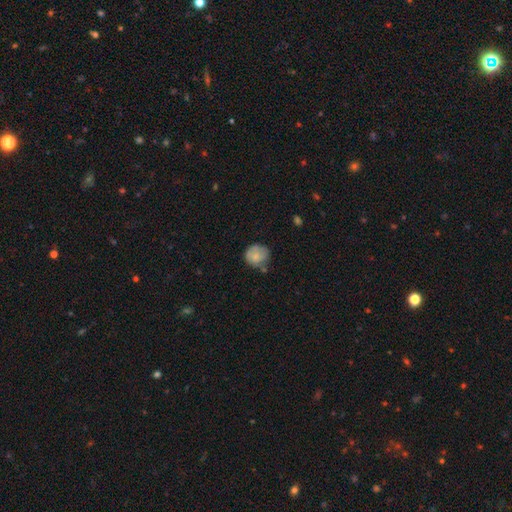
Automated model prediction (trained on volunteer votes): smooth_or_featured: smooth (p=0.69) [alt: featured or disk p=0.24]
how_rounded: round (p=0.75) [alt: in between p=0.24]
merging: none (p=0.54) [alt: minor disturbance p=0.32]